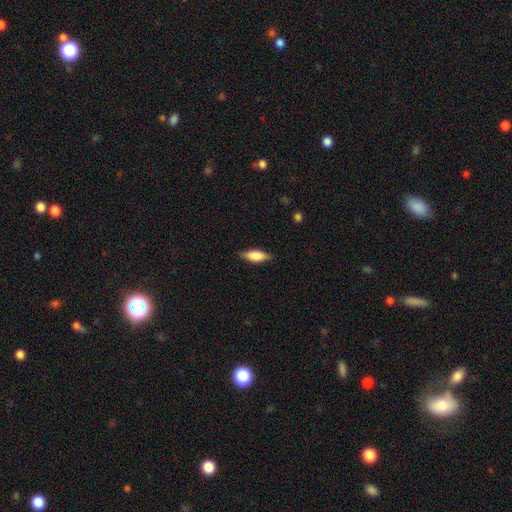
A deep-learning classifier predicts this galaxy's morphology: Smooth or featured?
  - smooth: 78% *
  - featured or disk: 16%
  - star or artifact: 6%
How rounded?
  - in between: 68% *
  - cigar-shaped: 30%
  - round: 2%
Merging?
  - none: 83% *
  - minor disturbance: 13%
  - major disturbance: 3%
  - merger: 1%